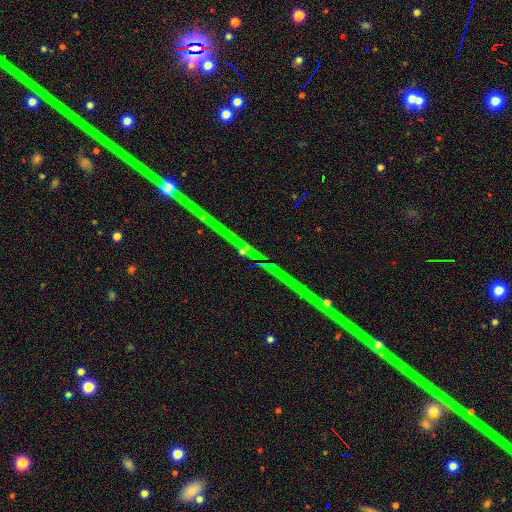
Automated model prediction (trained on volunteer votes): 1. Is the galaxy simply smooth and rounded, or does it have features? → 76% star or artifact, 16% featured or disk, 7% smooth.